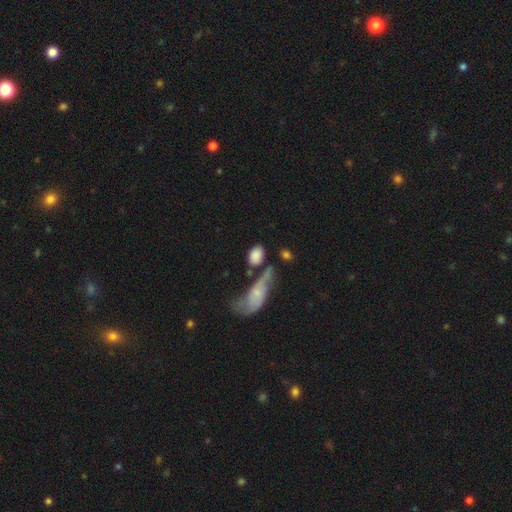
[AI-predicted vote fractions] Q: Smooth or featured?
A: smooth (79%); runner-up: featured or disk (14%)
Q: How rounded?
A: in between (79%); runner-up: round (17%)
Q: Merging?
A: none (47%); runner-up: merger (25%)